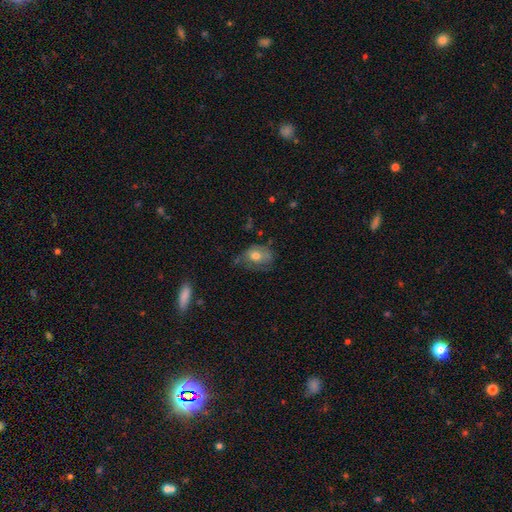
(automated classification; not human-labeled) A smooth galaxy with no disk features (63%) that is in between round and cigar-shaped (65%). Merging: none (46%).